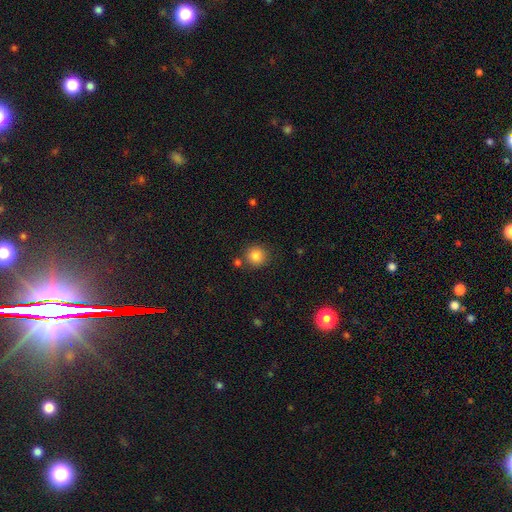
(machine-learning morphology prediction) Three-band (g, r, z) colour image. It shows a smooth galaxy with no disk features (85%) that is round (91%). Merging: none (81%).